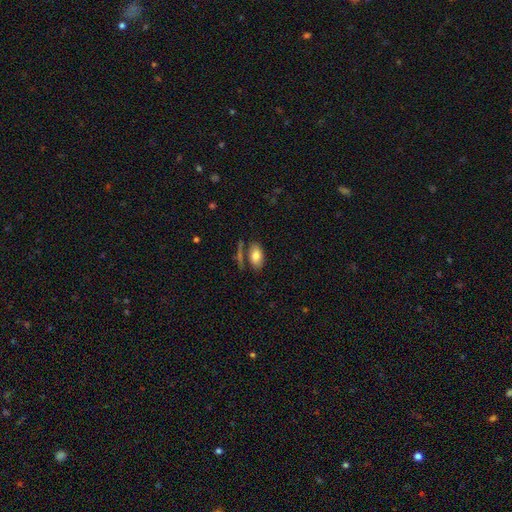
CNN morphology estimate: Smooth or featured?
  - smooth: 79% *
  - featured or disk: 14%
  - star or artifact: 7%
How rounded?
  - in between: 92% *
  - round: 5%
  - cigar-shaped: 4%
Merging?
  - none: 65% *
  - minor disturbance: 16%
  - merger: 13%
  - major disturbance: 6%